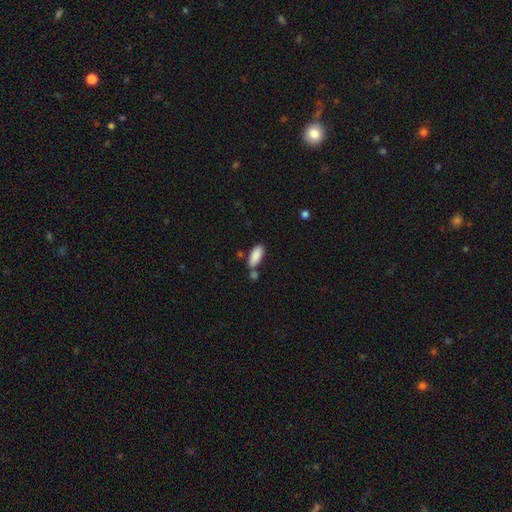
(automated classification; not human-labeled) Smooth or featured? smooth (88%)
How rounded? in between (85%)
Merging? none (64%)